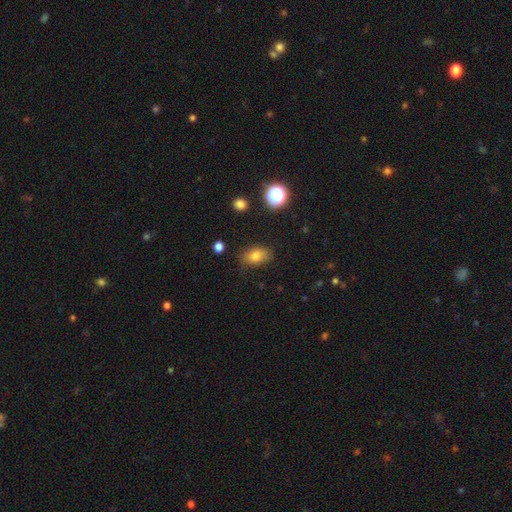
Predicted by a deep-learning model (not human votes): smooth 78%, star or artifact 12%, featured or disk 10%. Down the decision tree: how rounded — in between (83%); merging — none (78%).